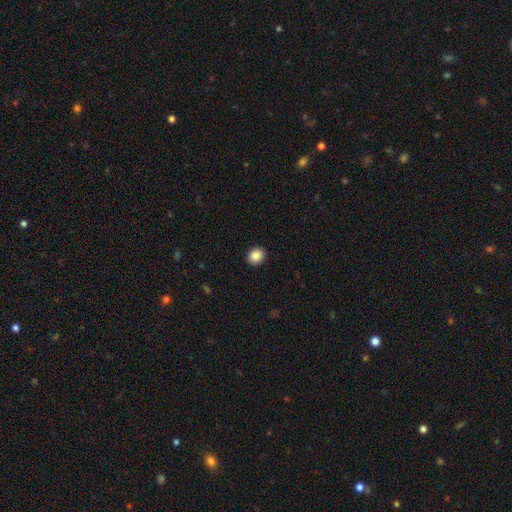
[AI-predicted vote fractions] This is clearly a smooth galaxy (88%). How rounded: likely round (68%). Merging: clearly none (92%).